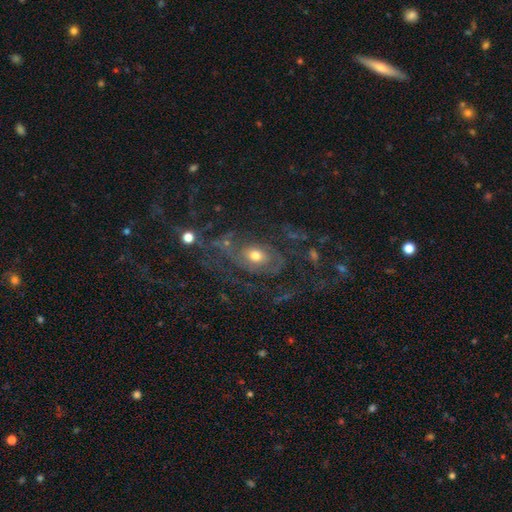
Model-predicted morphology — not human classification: smooth-or-featured: featured or disk: 68% | smooth: 19% | star or artifact: 13%
  disk-edge-on: no: 95% | yes: 5%
    bar: no: 81% | weak: 15% | strong: 5%
    has-spiral-arms: yes: 73% | no: 27%
    bulge-size: moderate: 64% | small: 26% | large: 7% | none: 2% | dominant: 2%
  merging: none: 53% | major disturbance: 25% | minor disturbance: 18% | merger: 4%